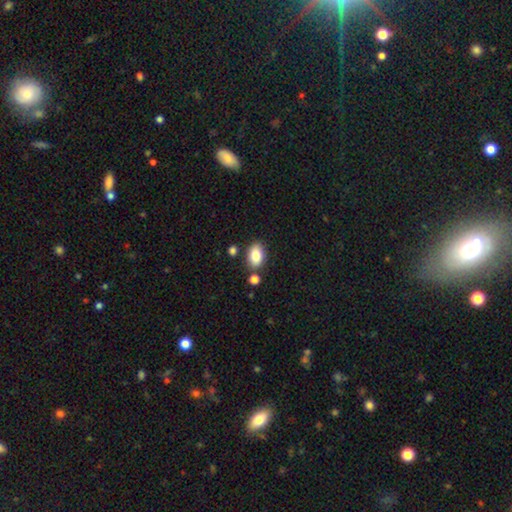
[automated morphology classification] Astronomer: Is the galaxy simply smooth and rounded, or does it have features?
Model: smooth — 85%.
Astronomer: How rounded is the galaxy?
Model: in between — 87%.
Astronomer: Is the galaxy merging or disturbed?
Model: none — 77%.